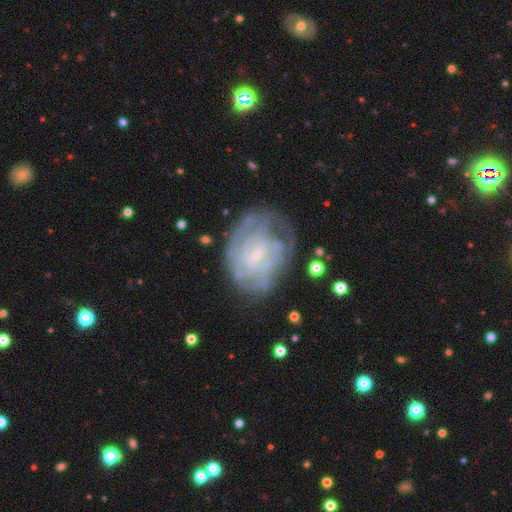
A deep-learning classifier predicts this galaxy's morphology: A featured or disk galaxy (79%) with a weak bar (51%), tight (67%) spiral arms (87%) and a small central bulge (72%). Merging: none (65%).